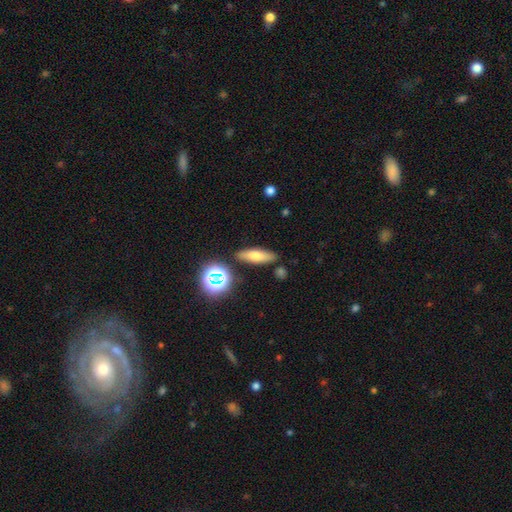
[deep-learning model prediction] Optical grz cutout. It shows a smooth galaxy with no disk features (60%) that is cigar-shaped (52%). Merging: none (84%).